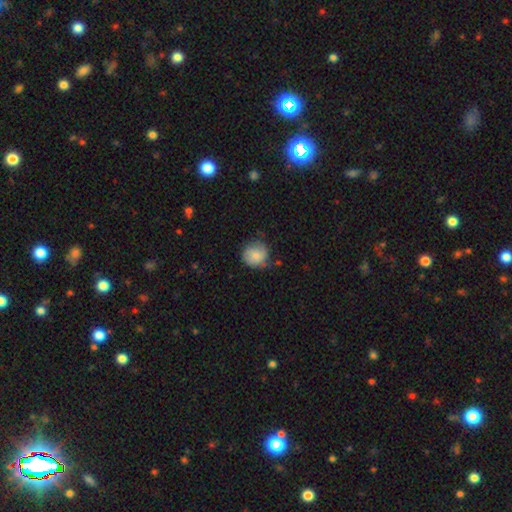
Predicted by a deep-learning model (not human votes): The model was most divided on "merging": none: 64%, minor disturbance: 28%, major disturbance: 6%, merger: 2%. More confident: how rounded — round (88%); smooth or featured — smooth (74%).